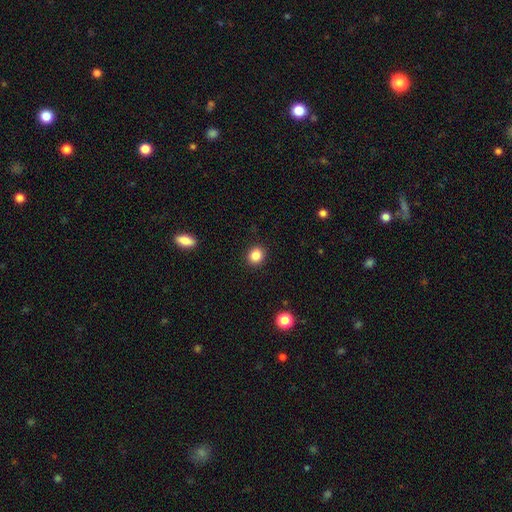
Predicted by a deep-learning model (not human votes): This appears to be a smooth galaxy with no disk features (85%) that is round (81%). Merging: none (92%).